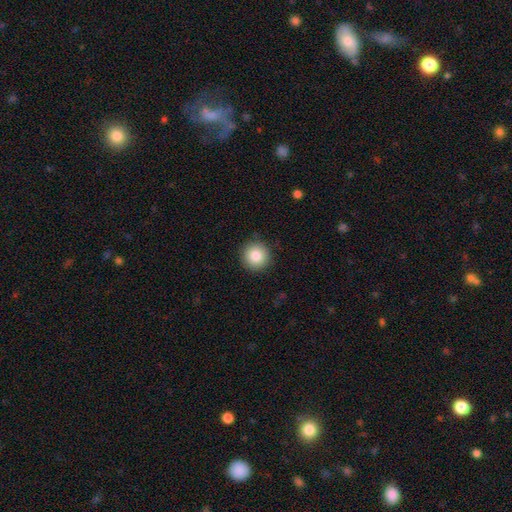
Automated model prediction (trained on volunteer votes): Smooth or featured: smooth — 86% (star or artifact — 9%)
How rounded: round — 95% (in between — 4%)
Merging: none — 91% (minor disturbance — 6%)